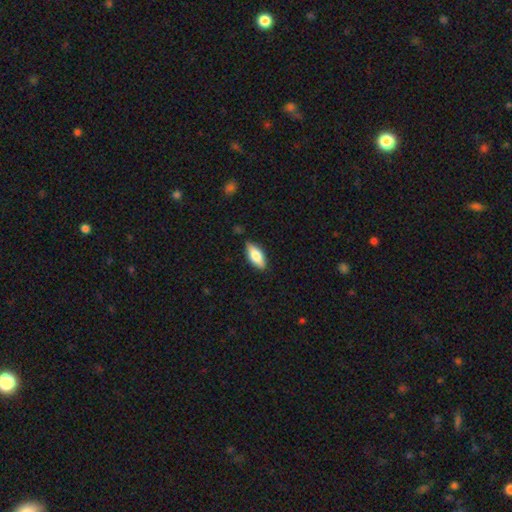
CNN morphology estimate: Overall: smooth (71%). How rounded: in between (79%). Merging: none (85%).